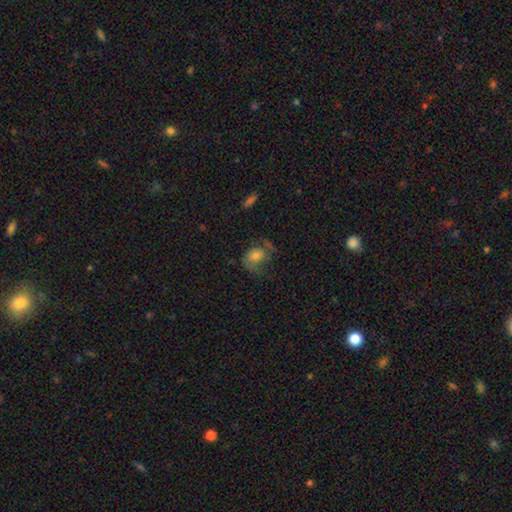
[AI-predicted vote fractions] Q: Smooth or featured?
A: smooth (51%); runner-up: featured or disk (37%)
Q: How rounded?
A: in between (58%); runner-up: round (41%)
Q: Merging?
A: none (39%); runner-up: major disturbance (33%)